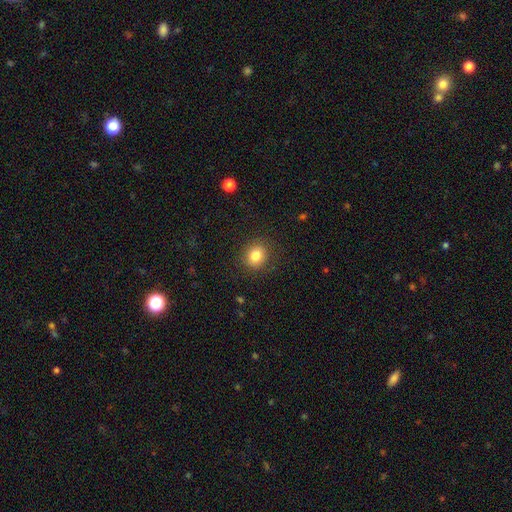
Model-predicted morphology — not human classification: type=smooth (82%); roundness=round (75%); merging=none (88%).